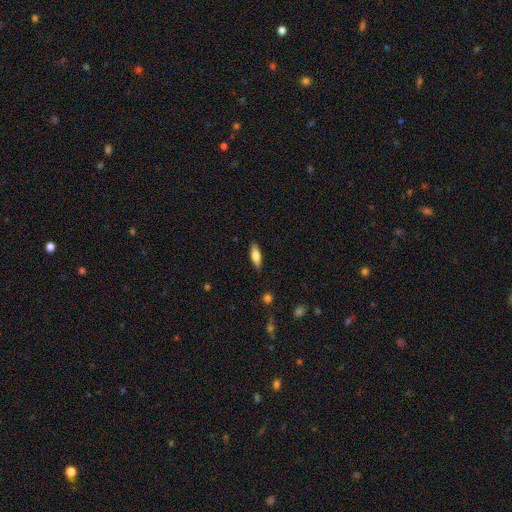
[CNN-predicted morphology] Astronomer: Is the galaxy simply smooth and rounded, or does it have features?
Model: smooth — 76%.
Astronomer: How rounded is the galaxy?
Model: in between — 55% (runner-up: cigar-shaped, 43%).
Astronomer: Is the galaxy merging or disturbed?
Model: none — 87%.